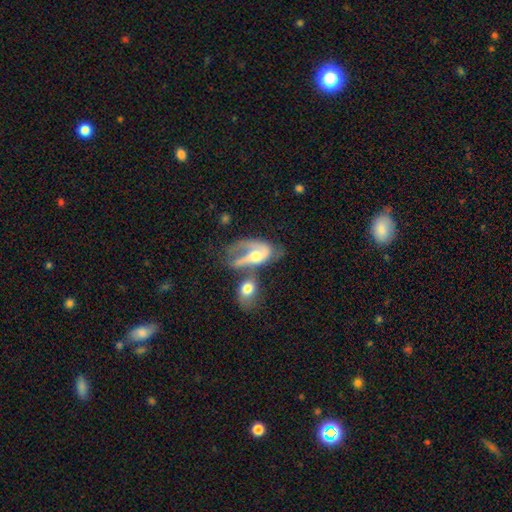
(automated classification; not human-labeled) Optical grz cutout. It shows a featured or disk galaxy (68%) with no bar (55%), spiral arms (79%) and a moderate central bulge (64%). Merging: merger (49%).